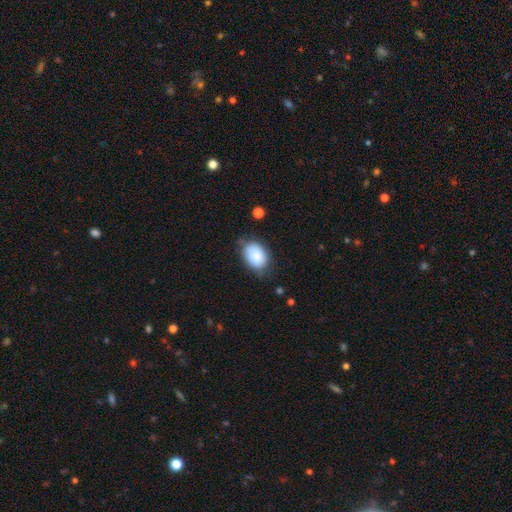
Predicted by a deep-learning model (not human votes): smooth_or_featured: smooth (p=0.86) [alt: star or artifact p=0.07]
how_rounded: in between (p=0.77) [alt: round p=0.22]
merging: none (p=0.64) [alt: minor disturbance p=0.27]